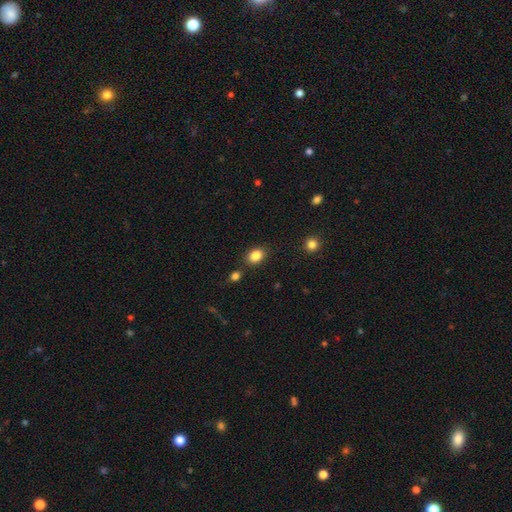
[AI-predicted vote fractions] This is clearly a smooth galaxy (86%). How rounded: likely in between (68%). Merging: clearly none (81%).